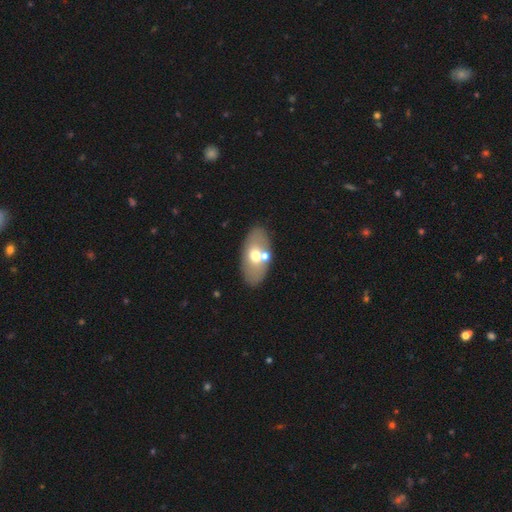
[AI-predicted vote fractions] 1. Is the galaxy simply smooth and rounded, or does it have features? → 59% smooth, 33% featured or disk, 8% star or artifact.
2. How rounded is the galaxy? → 91% in between, 6% round, 3% cigar-shaped.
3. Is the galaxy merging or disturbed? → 73% none, 14% merger, 10% minor disturbance, 3% major disturbance.